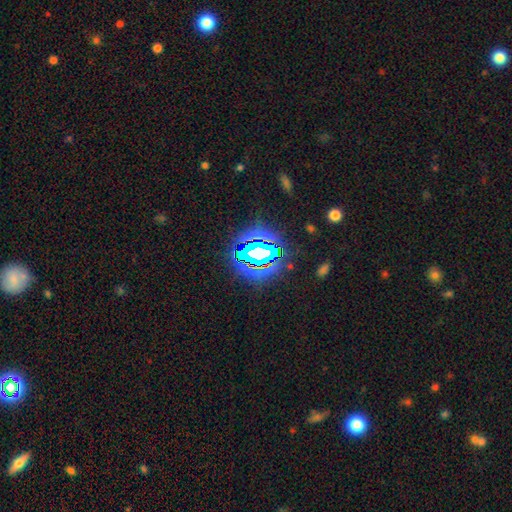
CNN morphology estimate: Q: Smooth or featured?
A: star or artifact (72%); runner-up: smooth (16%)